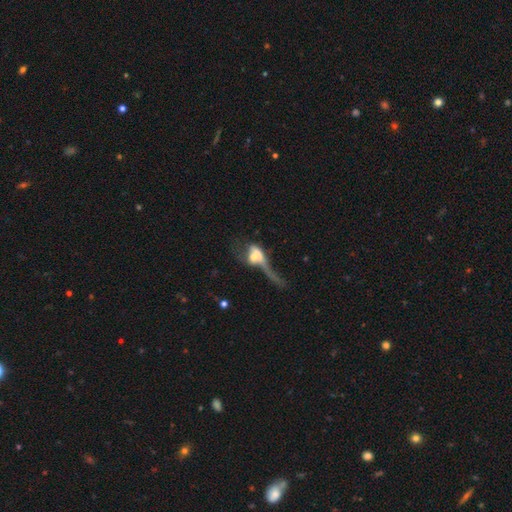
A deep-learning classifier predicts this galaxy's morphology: The model was most divided on "smooth or featured": featured or disk: 46%, smooth: 44%, star or artifact: 10%. Remaining: merging — merger (46%).